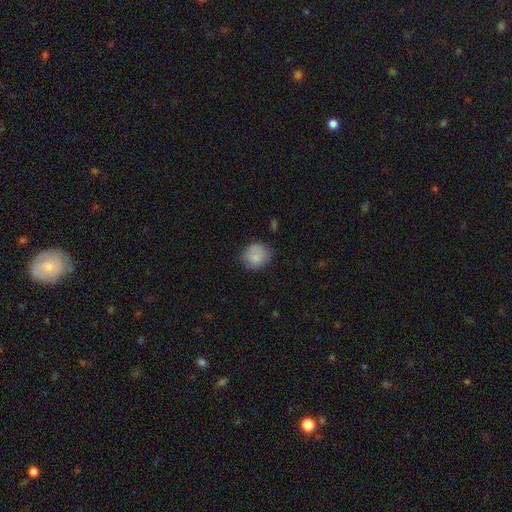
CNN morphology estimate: Q: Smooth or featured?
A: smooth (83%); runner-up: featured or disk (9%)
Q: How rounded?
A: round (77%); runner-up: in between (22%)
Q: Merging?
A: none (74%); runner-up: minor disturbance (19%)